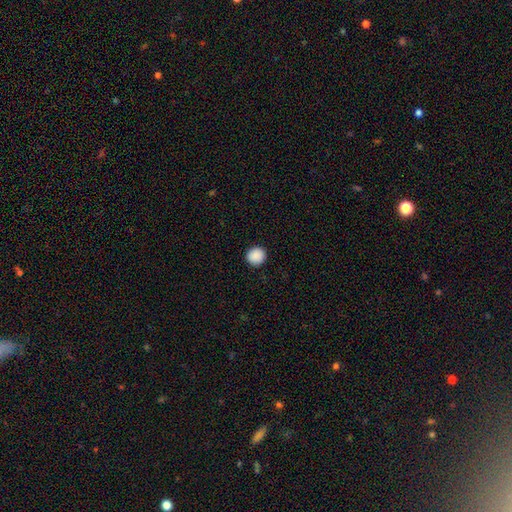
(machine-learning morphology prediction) Smooth or featured? smooth (90%)
How rounded? round (92%)
Merging? none (92%)